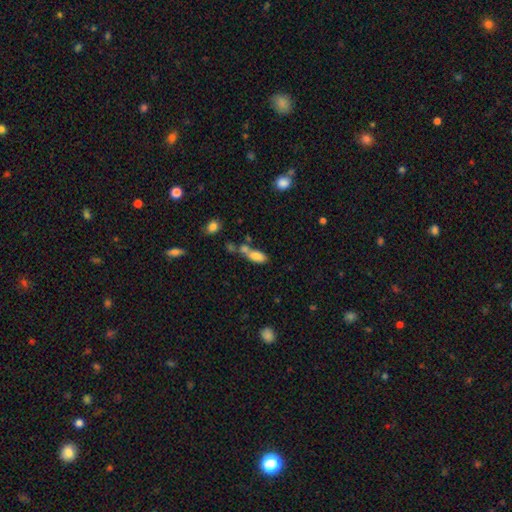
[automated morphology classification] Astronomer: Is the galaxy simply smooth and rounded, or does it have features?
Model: smooth — 79%.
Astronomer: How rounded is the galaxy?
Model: in between — 84%.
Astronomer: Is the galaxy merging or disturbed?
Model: merger — 45% (runner-up: none, 34%).